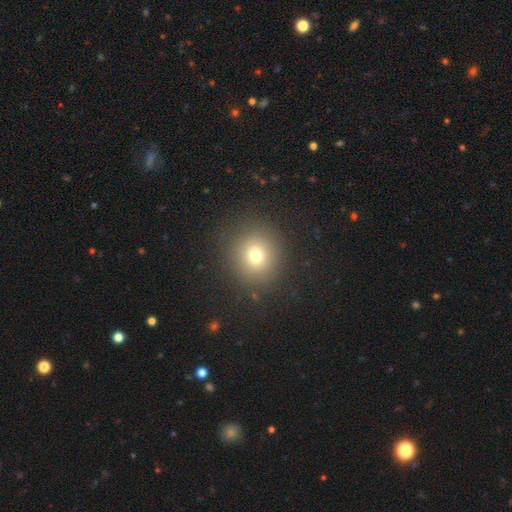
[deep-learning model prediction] smooth-or-featured: smooth: 73% | star or artifact: 16% | featured or disk: 11%
  how-rounded: round: 86% | in between: 13% | cigar-shaped: 1%
  merging: none: 86% | minor disturbance: 8% | major disturbance: 4% | merger: 1%